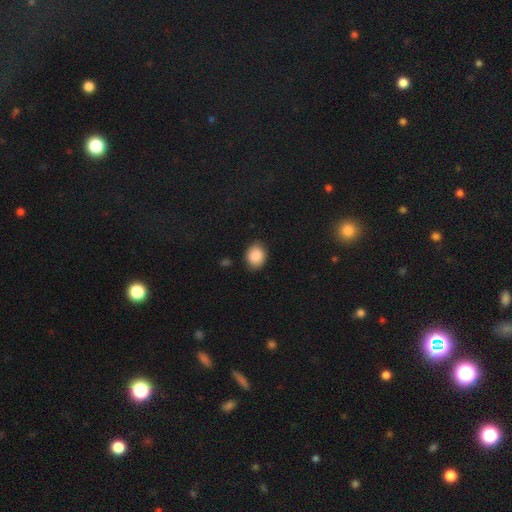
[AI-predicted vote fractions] Overall: smooth (88%). How rounded: round (50%; in between 49%). Merging: none (85%).